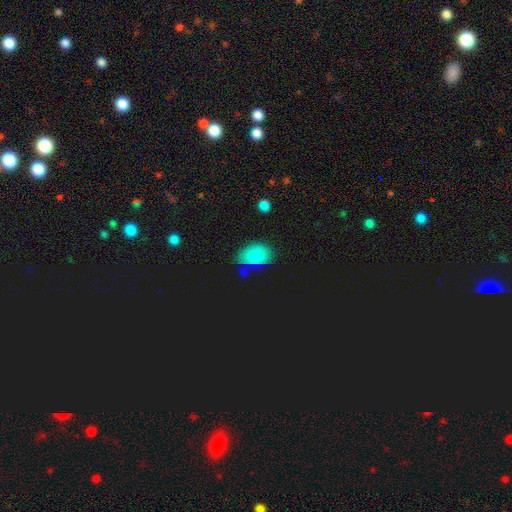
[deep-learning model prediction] Smooth or featured: smooth — 78% (star or artifact — 14%)
How rounded: in between — 89% (round — 10%)
Merging: none — 65% (minor disturbance — 23%)